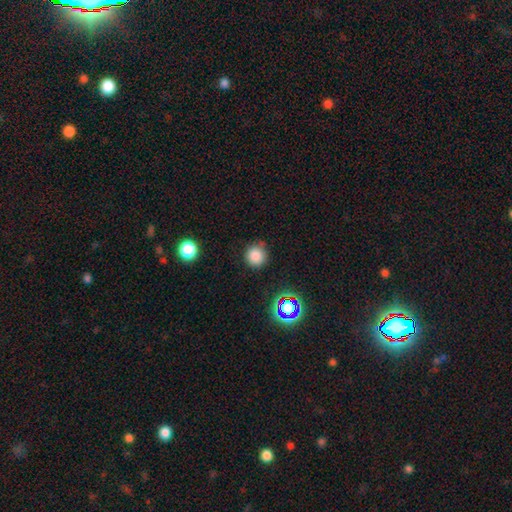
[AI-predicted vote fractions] smooth-or-featured: smooth: 81% | star or artifact: 15% | featured or disk: 5%
  how-rounded: round: 93% | in between: 6% | cigar-shaped: 1%
  merging: none: 83% | minor disturbance: 12% | major disturbance: 3% | merger: 2%